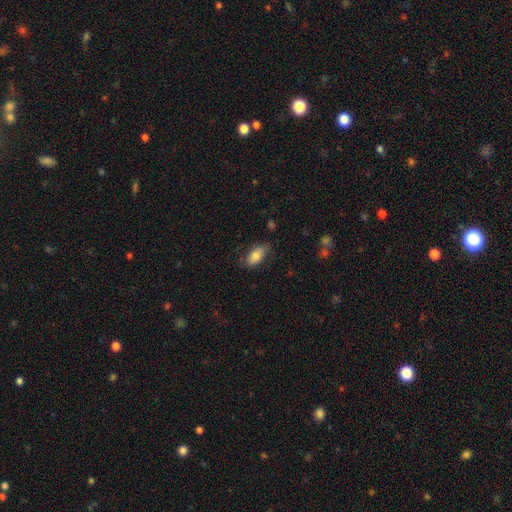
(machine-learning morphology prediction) Smooth or featured: smooth — 77% (featured or disk — 16%)
How rounded: in between — 91% (cigar-shaped — 5%)
Merging: none — 73% (minor disturbance — 20%)